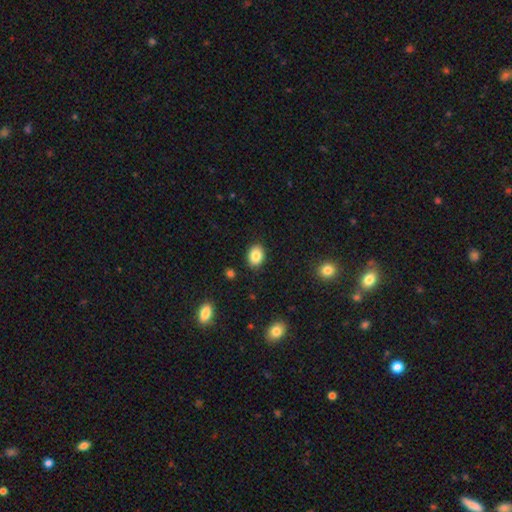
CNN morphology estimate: smooth-or-featured: smooth: 85% | star or artifact: 9% | featured or disk: 6%
  how-rounded: in between: 66% | round: 33% | cigar-shaped: 1%
  merging: none: 89% | minor disturbance: 8% | major disturbance: 2% | merger: 1%